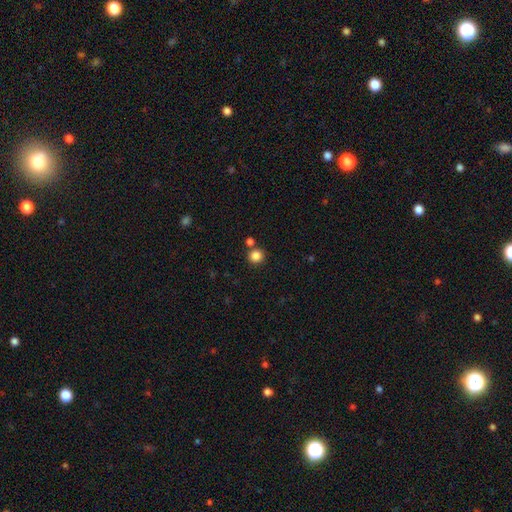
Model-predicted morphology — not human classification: This is clearly a smooth galaxy (85%). How rounded: clearly round (90%). Merging: likely none (80%).